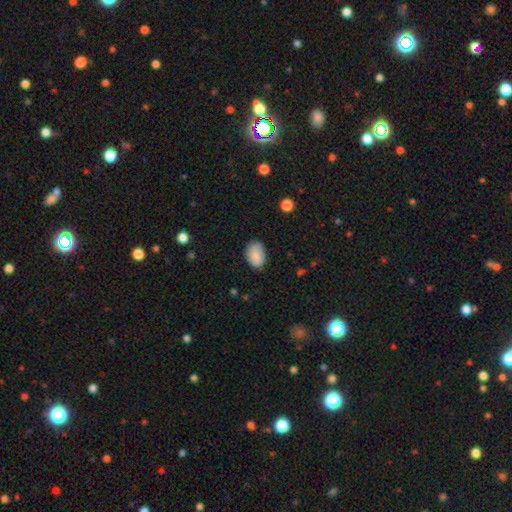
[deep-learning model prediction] This is clearly a smooth galaxy (87%). How rounded: clearly in between (84%). Merging: likely none (75%).